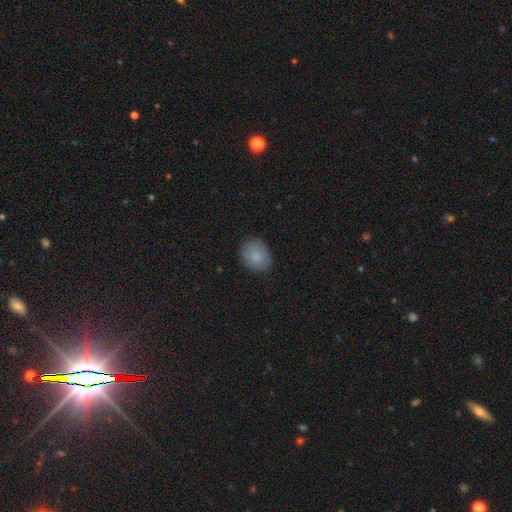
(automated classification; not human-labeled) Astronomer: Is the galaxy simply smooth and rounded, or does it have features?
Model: smooth — 86%.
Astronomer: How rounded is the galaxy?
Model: in between — 52% (runner-up: round, 47%).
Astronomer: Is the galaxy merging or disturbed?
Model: none — 84%.